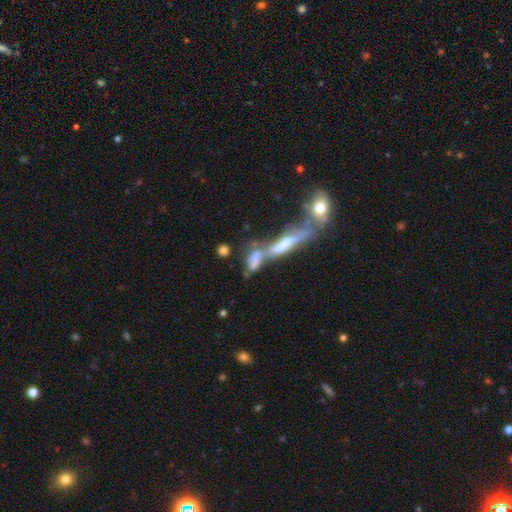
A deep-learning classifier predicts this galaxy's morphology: This is possibly a smooth galaxy (52%). How rounded: possibly in between (49%). Merging: likely merger (68%).